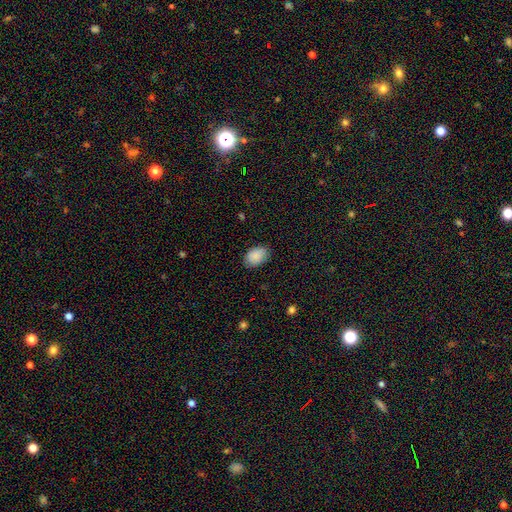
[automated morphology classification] type=smooth (88%); roundness=in between (81%); merging=none (79%).